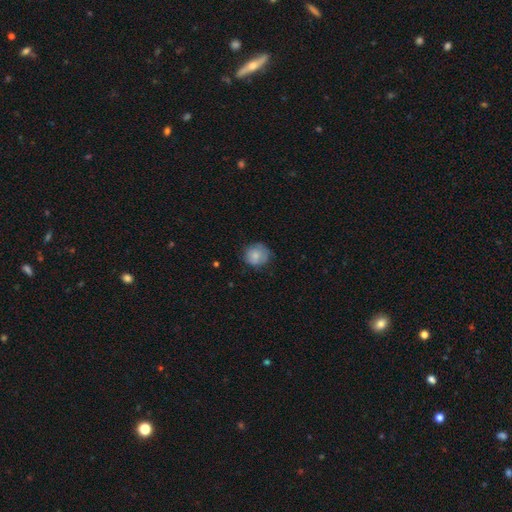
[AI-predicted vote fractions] Overall: smooth (77%). How rounded: round (83%). Merging: none (66%).